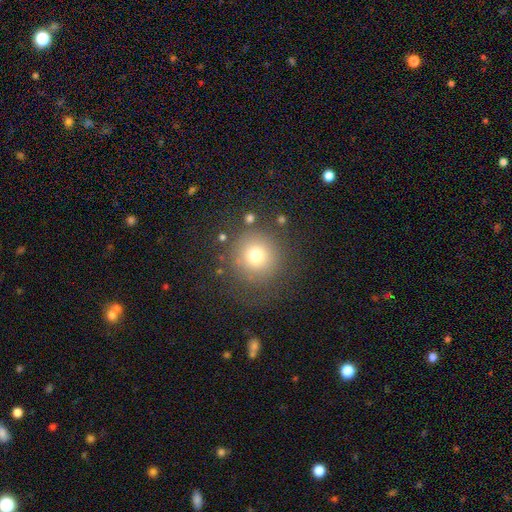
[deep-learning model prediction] The model was most divided on "smooth or featured": smooth: 74%, star or artifact: 14%, featured or disk: 12%. More confident: how rounded — round (94%); merging — none (78%).